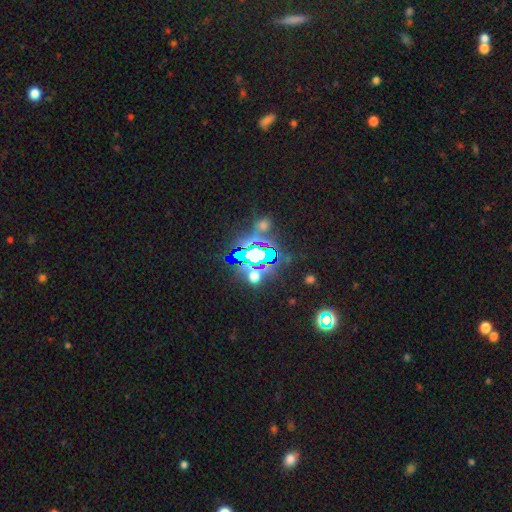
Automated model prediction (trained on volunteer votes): Q: Smooth or featured?
A: star or artifact (68%); runner-up: smooth (19%)